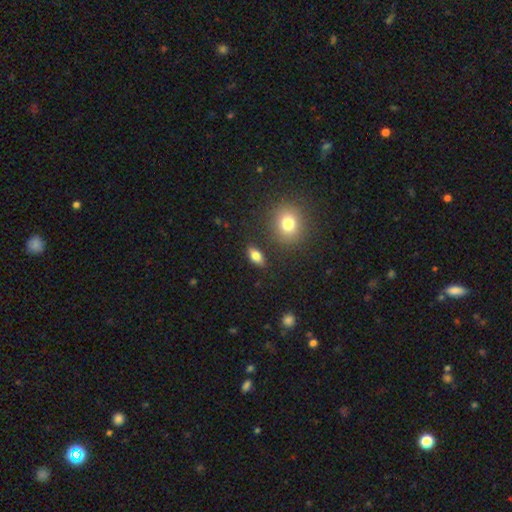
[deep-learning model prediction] Overall: smooth (78%). How rounded: in between (83%). Merging: none (85%).